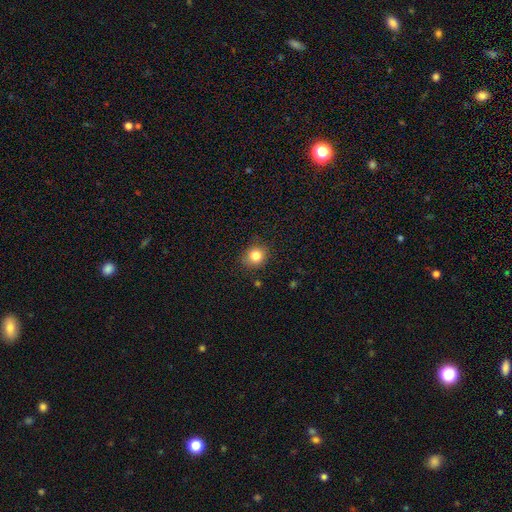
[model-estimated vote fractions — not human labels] Overall: smooth (83%). How rounded: round (81%). Merging: none (84%).